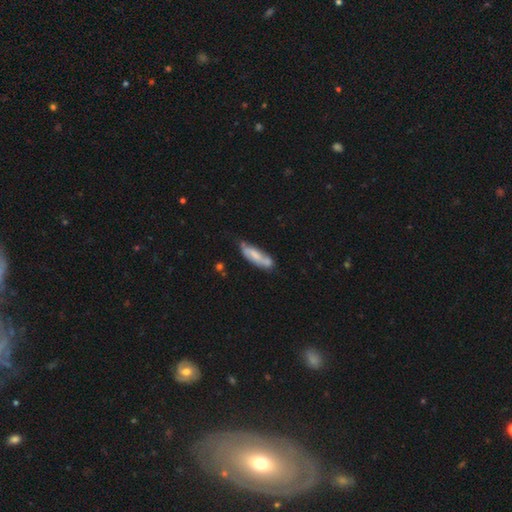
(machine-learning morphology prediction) Smooth or featured? Predicted: smooth (p=0.50). How rounded? Predicted: cigar-shaped (p=0.54). Merging? Predicted: none (p=0.54).